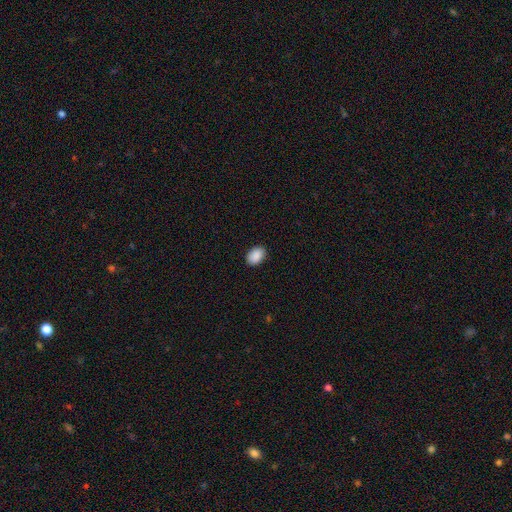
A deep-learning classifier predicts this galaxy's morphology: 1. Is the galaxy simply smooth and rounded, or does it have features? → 91% smooth, 7% star or artifact, 3% featured or disk.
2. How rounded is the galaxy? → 84% in between, 15% round, 1% cigar-shaped.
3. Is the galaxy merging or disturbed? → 90% none, 8% minor disturbance, 2% major disturbance, 1% merger.